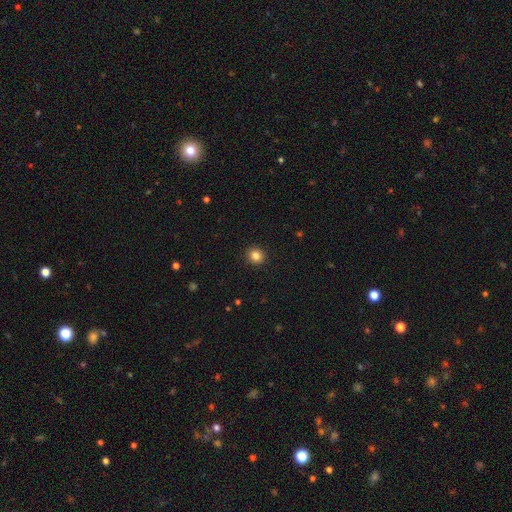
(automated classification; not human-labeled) Smooth or featured?
  - smooth: 84% *
  - star or artifact: 11%
  - featured or disk: 5%
How rounded?
  - round: 88% *
  - in between: 11%
  - cigar-shaped: 1%
Merging?
  - none: 92% *
  - minor disturbance: 5%
  - major disturbance: 2%
  - merger: 1%